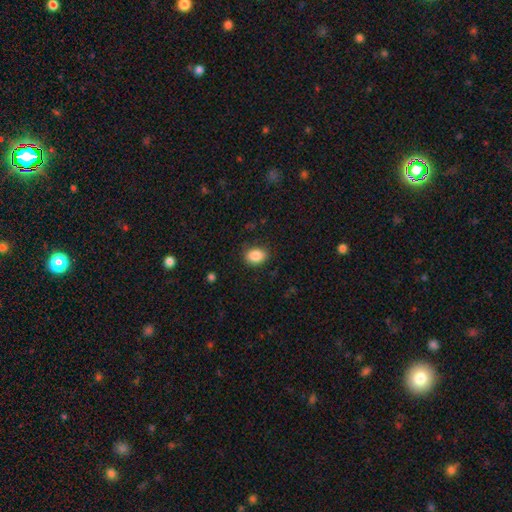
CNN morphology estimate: This appears to be a smooth galaxy with no disk features (87%) that is in between round and cigar-shaped (71%). Merging: none (84%).